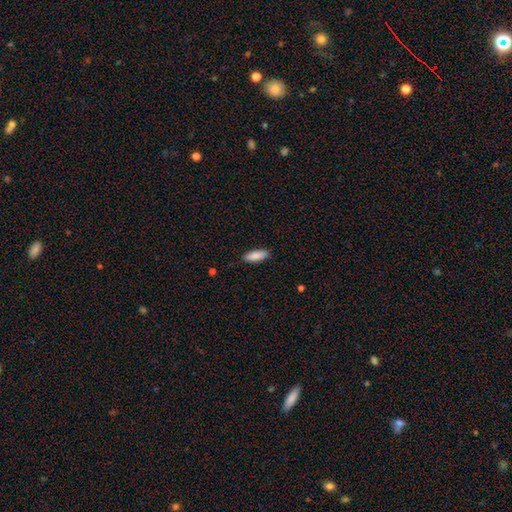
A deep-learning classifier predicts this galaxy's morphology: type=smooth (88%); roundness=in between (63%); merging=none (88%).